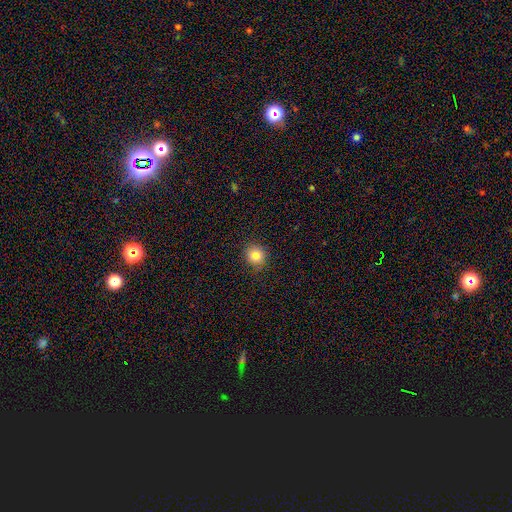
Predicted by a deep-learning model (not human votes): This appears to be a smooth galaxy with no disk features (84%) that is round (87%). Merging: none (88%).